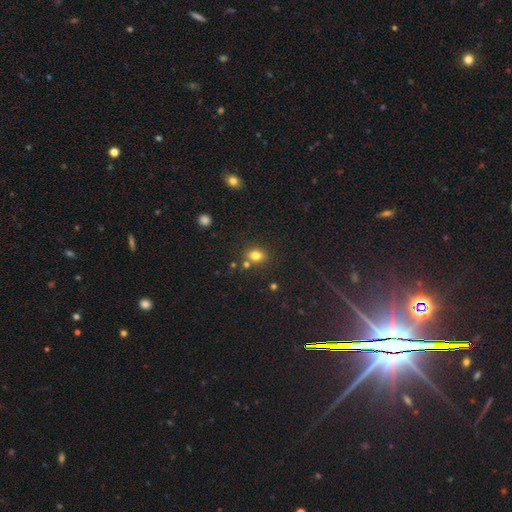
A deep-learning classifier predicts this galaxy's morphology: Smooth or featured?
  - smooth: 79% *
  - star or artifact: 14%
  - featured or disk: 8%
How rounded?
  - round: 54% *
  - in between: 45%
  - cigar-shaped: 1%
Merging?
  - none: 72% *
  - merger: 14%
  - minor disturbance: 11%
  - major disturbance: 3%